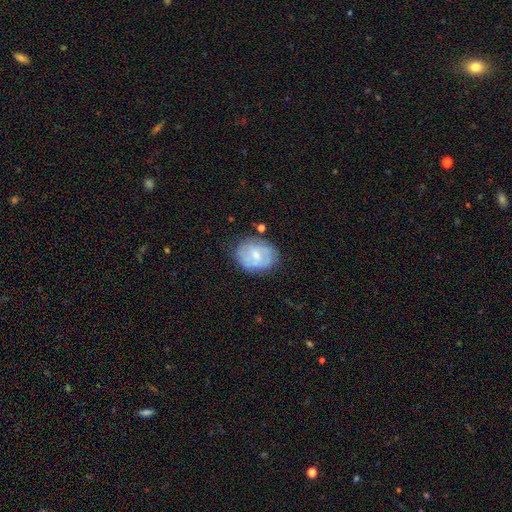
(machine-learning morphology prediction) Smooth or featured?
  - featured or disk: 53% *
  - smooth: 40%
  - star or artifact: 7%
Edge-on disk?
  - no: 97% *
  - yes: 3%
Bar?
  - no: 50% *
  - weak: 42%
  - strong: 7%
Spiral arms?
  - yes: 67% *
  - no: 33%
Bulge size?
  - small: 59% *
  - moderate: 34%
  - none: 4%
  - large: 2%
  - dominant: 1%
Merging?
  - none: 72% *
  - minor disturbance: 19%
  - major disturbance: 6%
  - merger: 3%